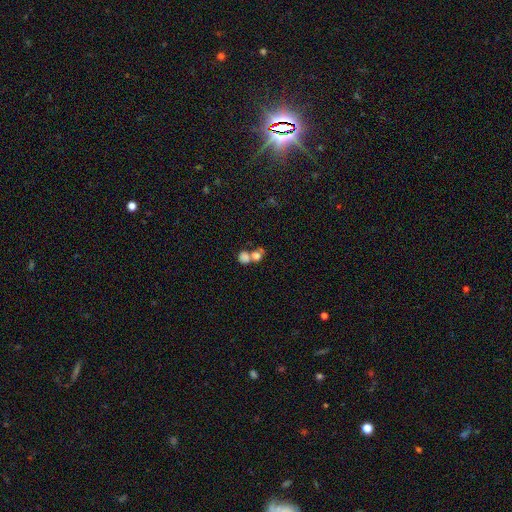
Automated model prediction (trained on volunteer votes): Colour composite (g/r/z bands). It shows a smooth galaxy with no disk features (76%) that is round (61%). Merging: merger (61%).